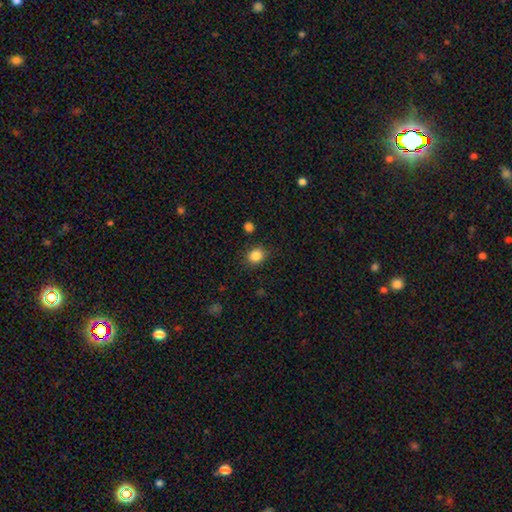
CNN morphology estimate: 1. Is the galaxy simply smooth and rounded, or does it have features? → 85% smooth, 10% star or artifact, 4% featured or disk.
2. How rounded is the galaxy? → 70% round, 30% in between, 1% cigar-shaped.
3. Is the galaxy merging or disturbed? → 85% none, 10% minor disturbance, 3% major disturbance, 2% merger.